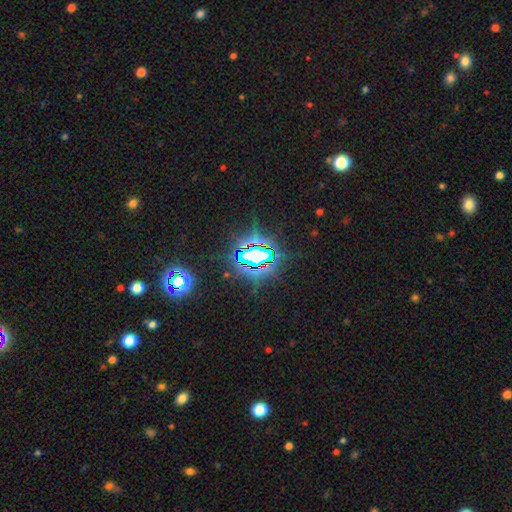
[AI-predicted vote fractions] star or artifact 77%, smooth 12%, featured or disk 11%.